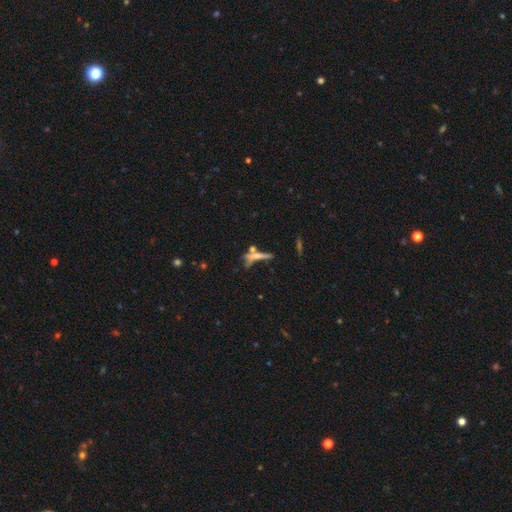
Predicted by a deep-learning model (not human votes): A featured or disk galaxy (45%).

Vote fractions:
- Smooth or featured? featured or disk: 45% / smooth: 41% / star or artifact: 14%
- Merging? none: 48% / merger: 27% / minor disturbance: 14% / major disturbance: 10%